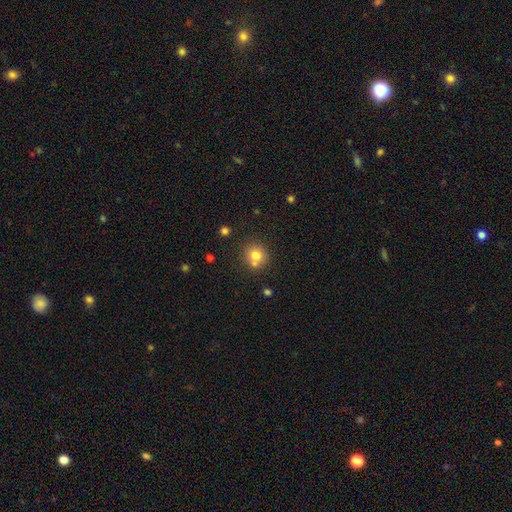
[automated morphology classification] A smooth galaxy with no disk features (76%) that is round (89%). Merging: none (67%).